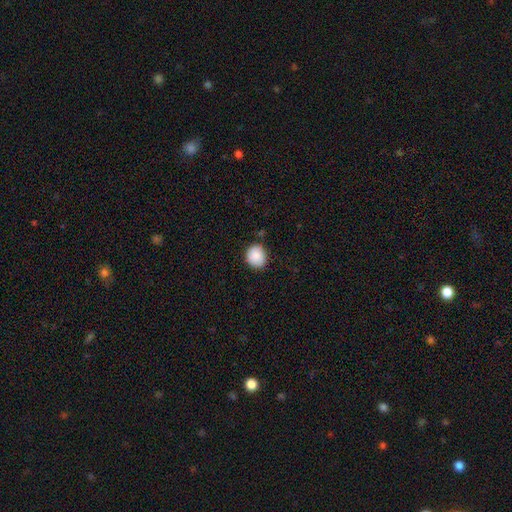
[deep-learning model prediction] This is clearly a smooth galaxy (88%). How rounded: likely round (71%). Merging: clearly none (82%).